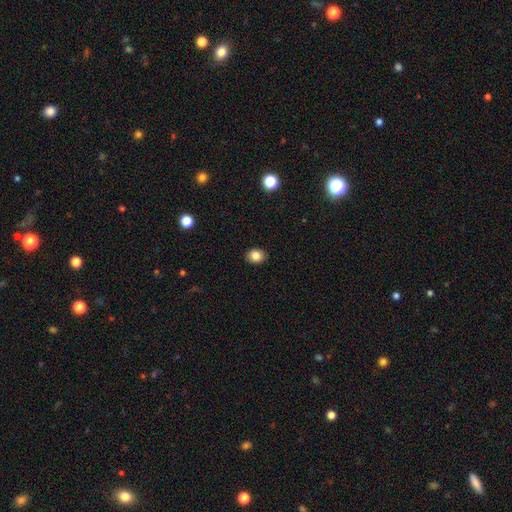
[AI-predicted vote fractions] This is clearly a smooth galaxy (85%). How rounded: possibly in between (51%). Merging: clearly none (89%).